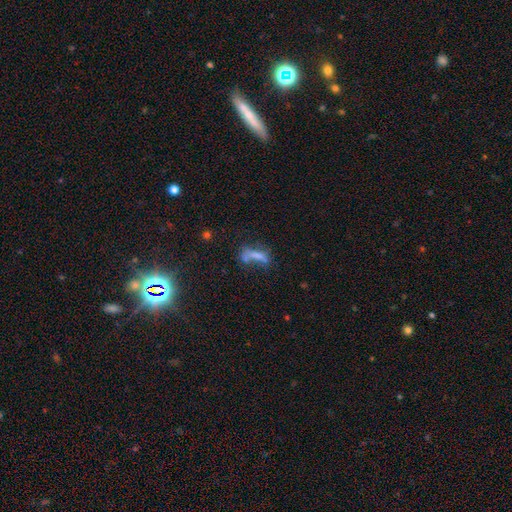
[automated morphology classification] type=smooth (54%); roundness=cigar-shaped (51%); merging=none (31%).